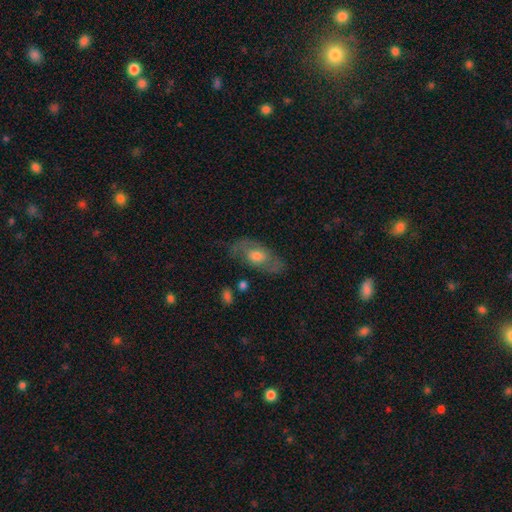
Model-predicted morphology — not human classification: This is likely a featured or disk galaxy (62%). It is clearly not viewed edge-on (85%). Bar: likely no (75%). Spiral arm pattern: likely yes (63%). Central bulge: likely moderate (66%). Merging: likely none (78%).